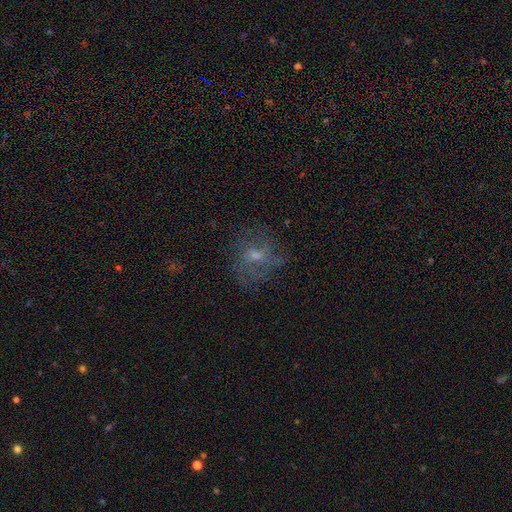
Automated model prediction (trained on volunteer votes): Smooth or featured: featured or disk — 50% (smooth — 34%)
Merging: none — 62% (minor disturbance — 19%)